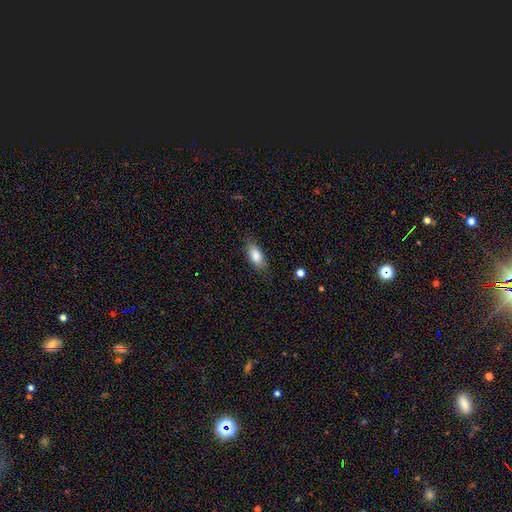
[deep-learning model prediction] A smooth galaxy with no disk features (84%) that is in between round and cigar-shaped (85%).

Vote fractions:
- Smooth or featured? smooth: 84% / featured or disk: 9% / star or artifact: 7%
- How rounded? in between: 85% / cigar-shaped: 11% / round: 3%
- Merging? none: 78% / minor disturbance: 16% / major disturbance: 4% / merger: 1%